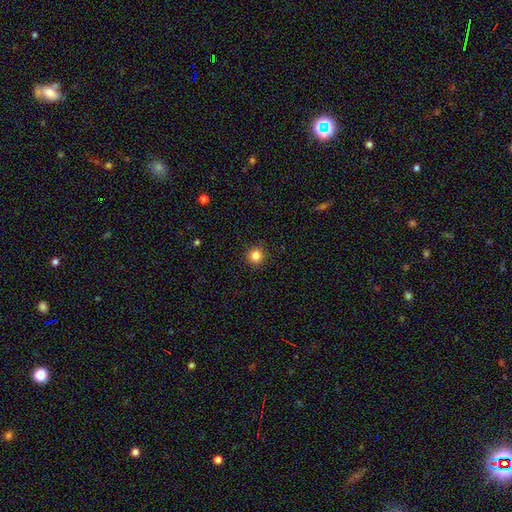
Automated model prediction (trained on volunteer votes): This is clearly a smooth galaxy (83%). How rounded: clearly round (94%). Merging: clearly none (92%).